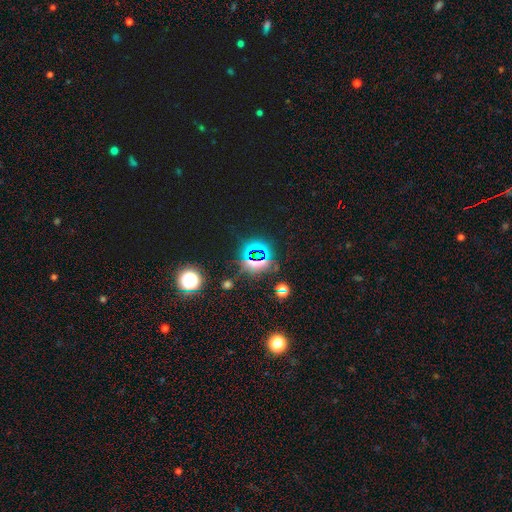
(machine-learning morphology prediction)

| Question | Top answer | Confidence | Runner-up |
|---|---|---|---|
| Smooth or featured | star or artifact | 77% | smooth (15%) |